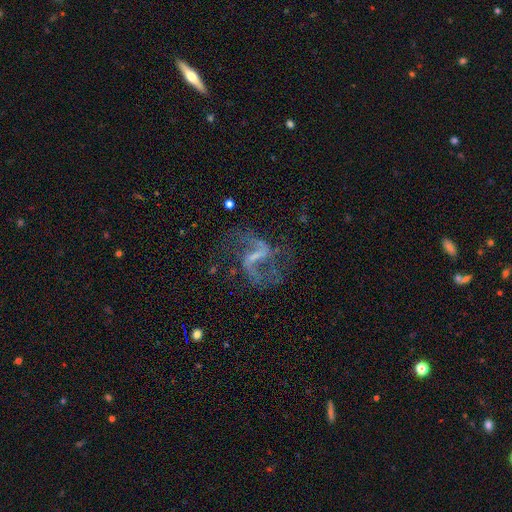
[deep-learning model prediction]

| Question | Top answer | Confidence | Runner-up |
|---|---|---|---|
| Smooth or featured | featured or disk | 88% | star or artifact (7%) |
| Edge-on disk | no | 97% | yes (3%) |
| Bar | weak | 45% | strong (44%) |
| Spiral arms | yes | 94% | no (6%) |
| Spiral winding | loose | 70% | medium (26%) |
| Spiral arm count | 2 | 92% | can't tell (2%) |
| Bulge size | none | 42% | tied: small (42%) |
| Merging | none | 68% | major disturbance (16%) |